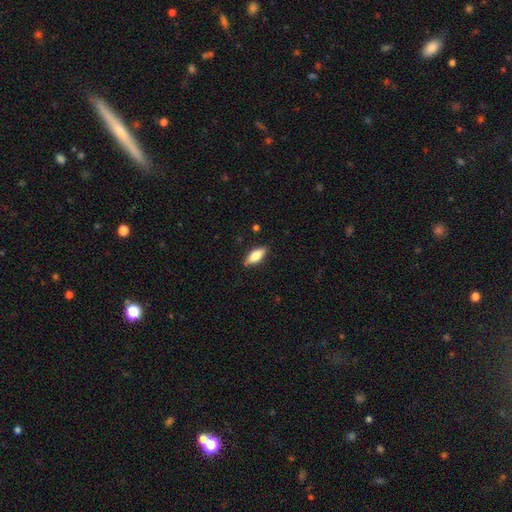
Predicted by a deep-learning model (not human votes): A smooth galaxy with no disk features (77%) that is in between round and cigar-shaped (78%).

Vote fractions:
- Smooth or featured? smooth: 77% / featured or disk: 17% / star or artifact: 7%
- How rounded? in between: 78% / cigar-shaped: 19% / round: 2%
- Merging? none: 84% / minor disturbance: 13% / major disturbance: 2% / merger: 1%